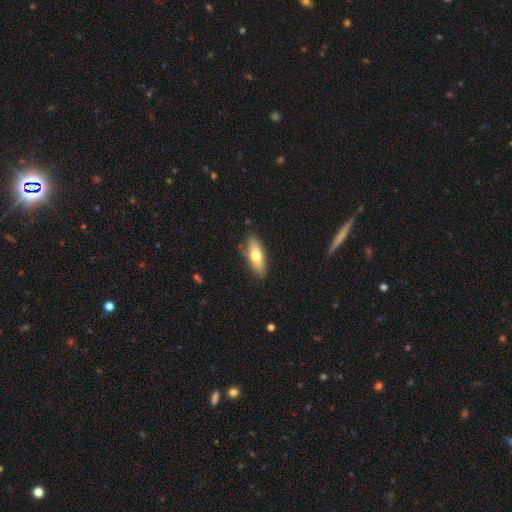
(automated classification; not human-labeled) Smooth or featured? Predicted: smooth (p=0.66). How rounded? Predicted: in between (p=0.62). Merging? Predicted: none (p=0.82).